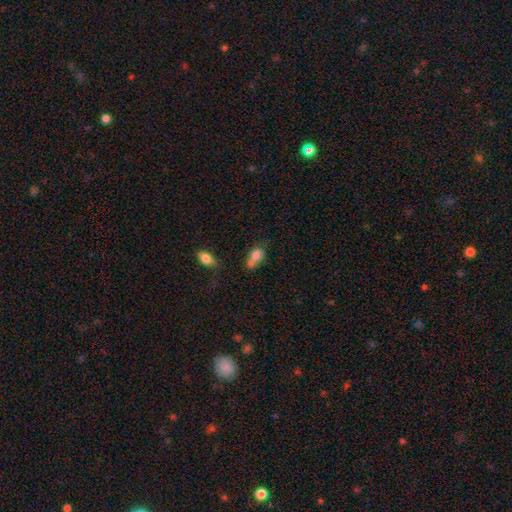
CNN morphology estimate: Smooth or featured: smooth — 77% (featured or disk — 13%)
How rounded: in between — 77% (round — 19%)
Merging: merger — 47% (none — 29%)